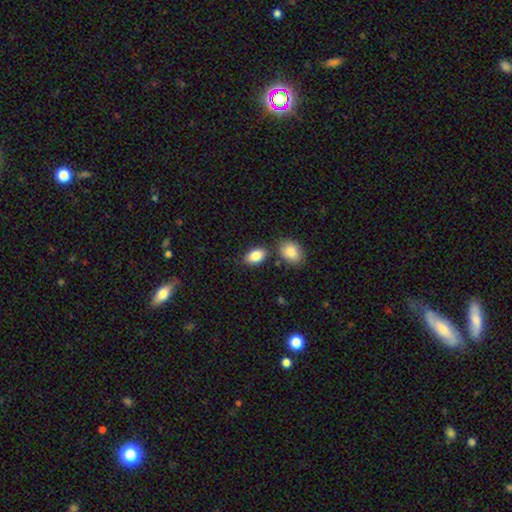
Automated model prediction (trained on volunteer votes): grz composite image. It shows a smooth galaxy with no disk features (85%) that is in between round and cigar-shaped (89%). Merging: none (72%).